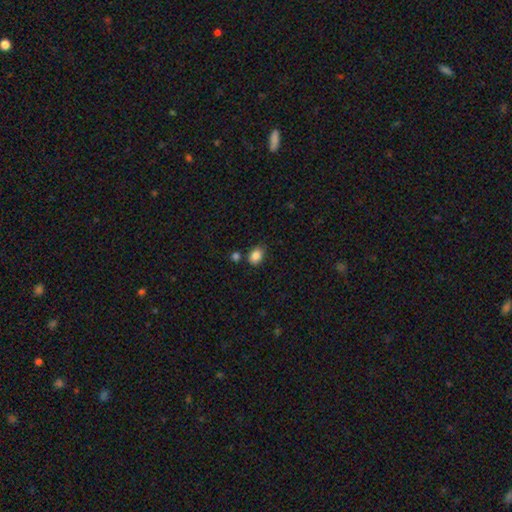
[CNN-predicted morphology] Overall: smooth (86%). How rounded: in between (70%). Merging: none (74%).